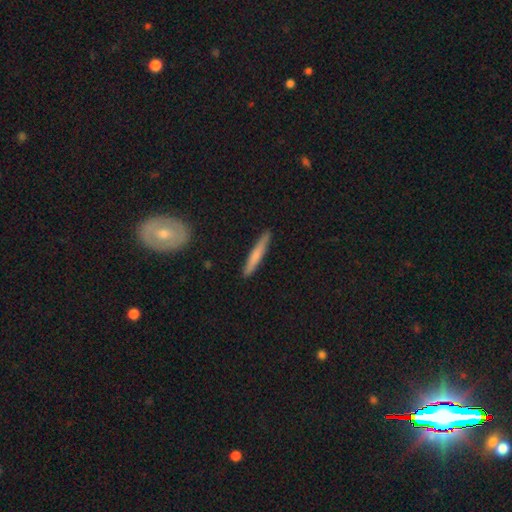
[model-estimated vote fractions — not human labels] A smooth galaxy with no disk features (68%) that is cigar-shaped (95%). Merging: none (90%).